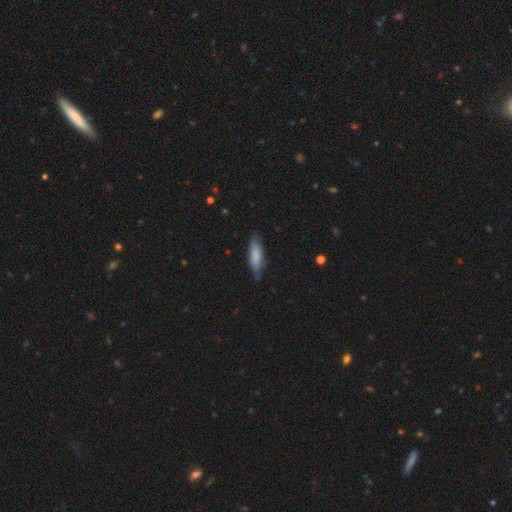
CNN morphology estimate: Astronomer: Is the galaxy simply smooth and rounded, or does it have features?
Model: smooth — 75%.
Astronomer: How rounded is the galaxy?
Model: cigar-shaped — 60% (runner-up: in between, 39%).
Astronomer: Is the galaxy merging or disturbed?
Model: none — 75%.